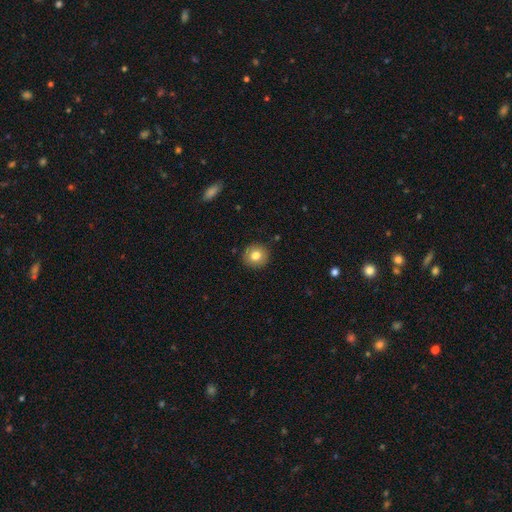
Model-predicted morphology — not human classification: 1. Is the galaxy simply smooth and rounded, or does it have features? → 79% smooth, 11% featured or disk, 10% star or artifact.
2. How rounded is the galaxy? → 93% round, 6% in between, 1% cigar-shaped.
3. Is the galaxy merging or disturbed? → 91% none, 6% minor disturbance, 2% major disturbance, 1% merger.